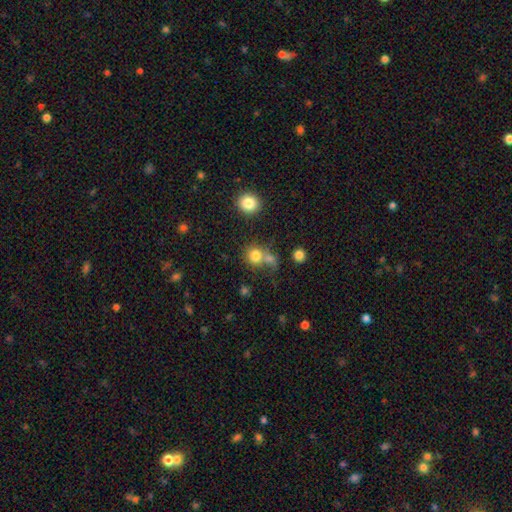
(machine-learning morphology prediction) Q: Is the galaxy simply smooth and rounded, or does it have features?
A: smooth — 79%.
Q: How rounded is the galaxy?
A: round — 84%.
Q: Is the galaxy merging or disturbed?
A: none — 51%.